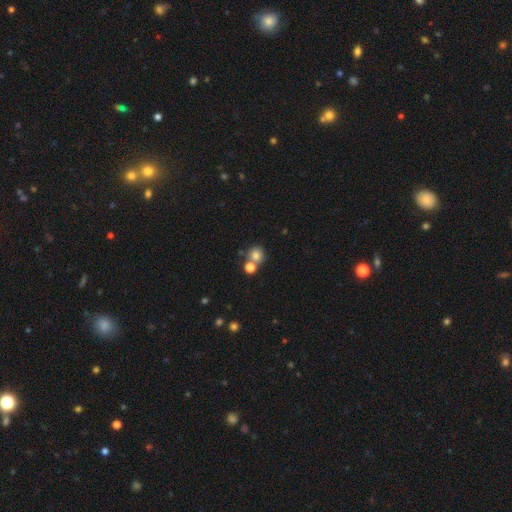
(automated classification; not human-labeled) smooth 77%, star or artifact 13%, featured or disk 10%. Down the decision tree: how rounded — round (87%); merging — none (58%).